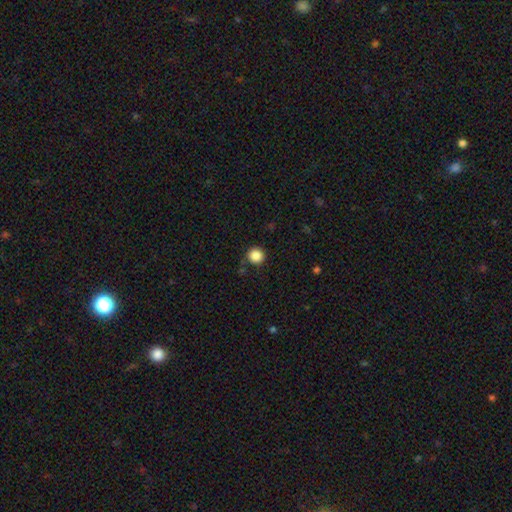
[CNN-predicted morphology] smooth-or-featured: smooth: 86% | star or artifact: 11% | featured or disk: 3%
  how-rounded: round: 93% | in between: 6% | cigar-shaped: 1%
  merging: none: 87% | minor disturbance: 8% | major disturbance: 3% | merger: 2%